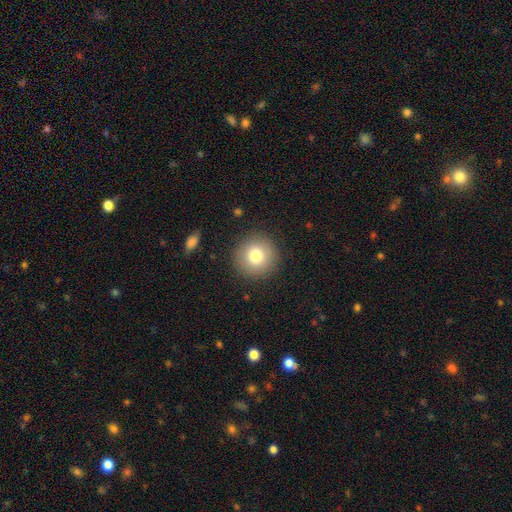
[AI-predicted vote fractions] This is likely a smooth galaxy (78%). How rounded: clearly round (95%). Merging: clearly none (89%).